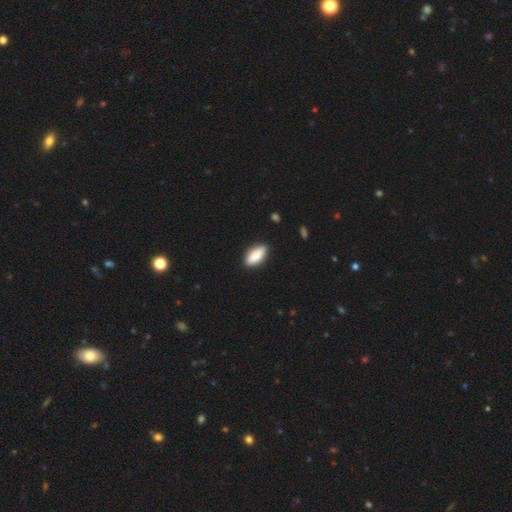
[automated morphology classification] smooth-or-featured: smooth: 84% | featured or disk: 10% | star or artifact: 6%
  how-rounded: in between: 81% | cigar-shaped: 17% | round: 2%
  merging: none: 87% | minor disturbance: 9% | major disturbance: 2% | merger: 1%